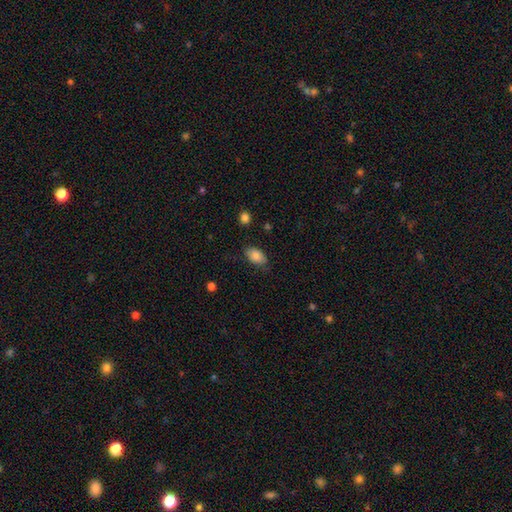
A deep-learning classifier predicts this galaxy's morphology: Smooth or featured?
  - smooth: 84% *
  - featured or disk: 9%
  - star or artifact: 7%
How rounded?
  - in between: 91% *
  - round: 7%
  - cigar-shaped: 2%
Merging?
  - none: 76% *
  - minor disturbance: 19%
  - major disturbance: 4%
  - merger: 1%